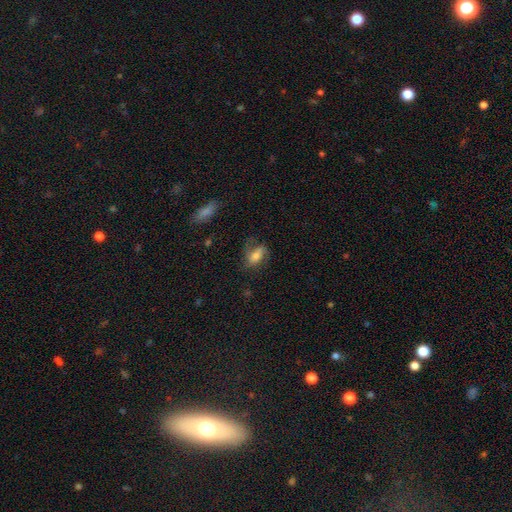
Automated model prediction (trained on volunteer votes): This appears to be a smooth galaxy with no disk features (50%) that is in between round and cigar-shaped (82%). Merging: none (53%).